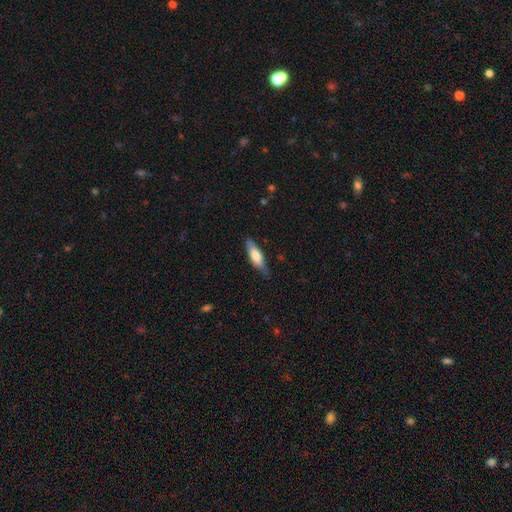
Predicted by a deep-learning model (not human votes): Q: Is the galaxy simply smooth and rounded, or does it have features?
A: smooth — 68%.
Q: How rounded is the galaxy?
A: cigar-shaped — 53%.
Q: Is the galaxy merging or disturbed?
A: none — 76%.